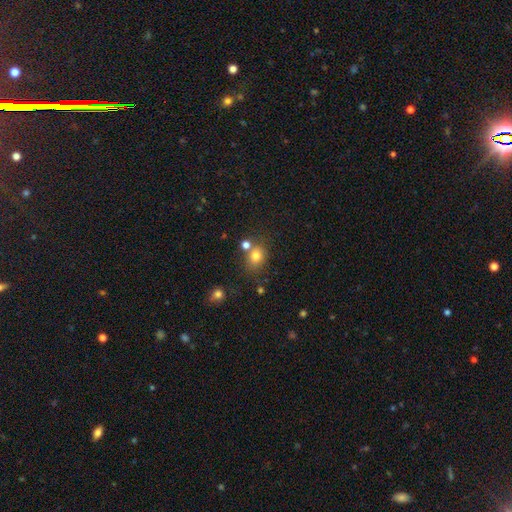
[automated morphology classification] smooth_or_featured: smooth (p=0.78) [alt: star or artifact p=0.14]
how_rounded: round (p=0.62) [alt: in between p=0.37]
merging: none (p=0.63) [alt: merger p=0.19]